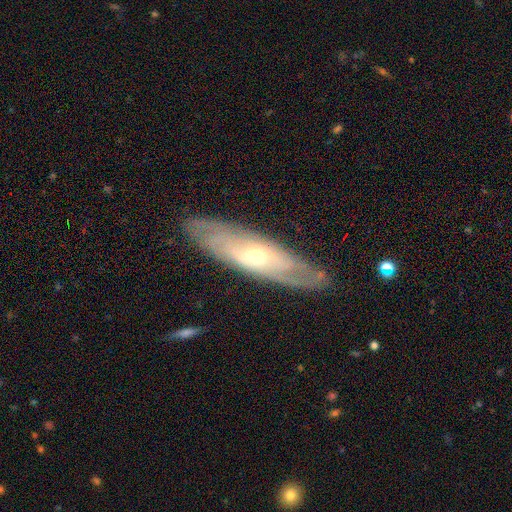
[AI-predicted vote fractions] Overall: featured or disk (74%). Edge-on disk: no (70%). Bar: no (58%; weak 32%). Spiral arms: yes (84%). Bulge size: small (60%; moderate 36%). Merging: none (83%).